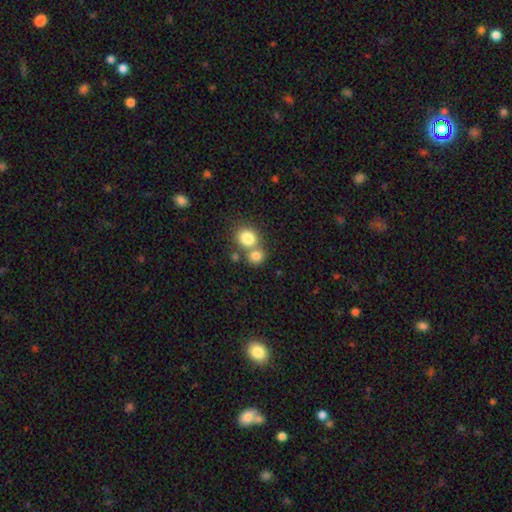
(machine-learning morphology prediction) smooth 80%, star or artifact 11%, featured or disk 9%. Down the decision tree: how rounded — round (81%); merging — none (47%).